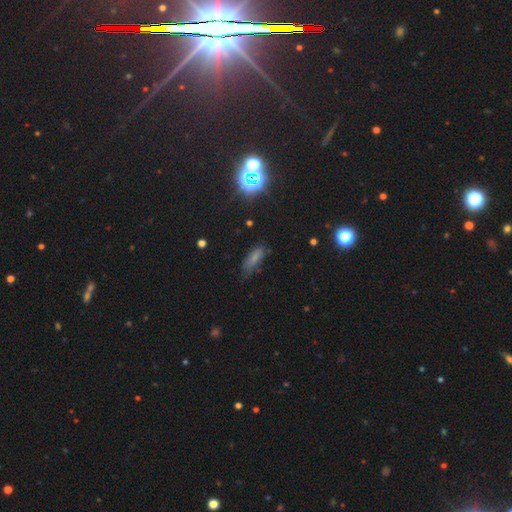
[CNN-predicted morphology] type=smooth (55%); roundness=in between (56%); merging=none (63%).